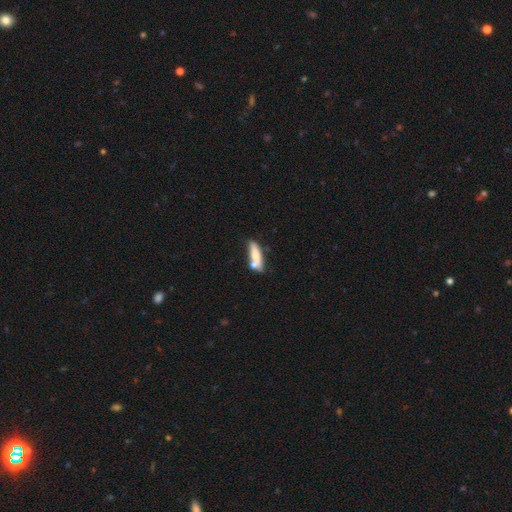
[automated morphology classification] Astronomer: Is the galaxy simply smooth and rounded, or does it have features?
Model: smooth — 67%.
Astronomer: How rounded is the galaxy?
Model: cigar-shaped — 58% (runner-up: in between, 40%).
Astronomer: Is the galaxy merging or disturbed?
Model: none — 44% (runner-up: merger, 31%).